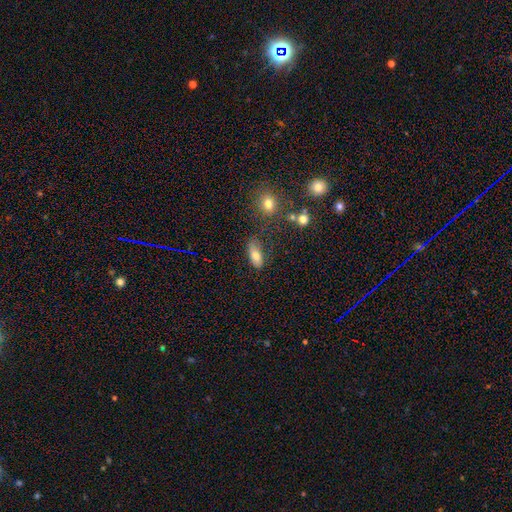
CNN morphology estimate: A smooth galaxy with no disk features (77%) that is in between round and cigar-shaped (85%). Merging: none (63%).